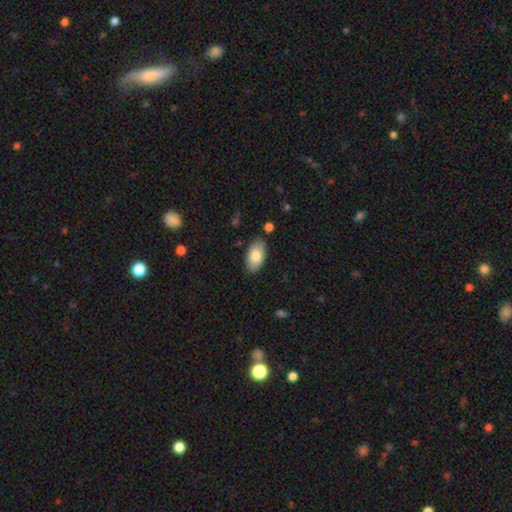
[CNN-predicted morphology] smooth-or-featured: smooth: 81% | featured or disk: 13% | star or artifact: 6%
  how-rounded: in between: 95% | round: 4% | cigar-shaped: 2%
  merging: none: 86% | minor disturbance: 10% | major disturbance: 2% | merger: 2%